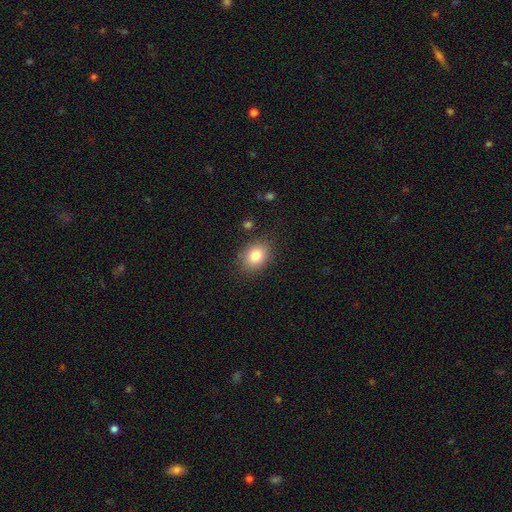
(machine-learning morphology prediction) This is clearly a smooth galaxy (82%). How rounded: possibly in between (58%). Merging: clearly none (83%).